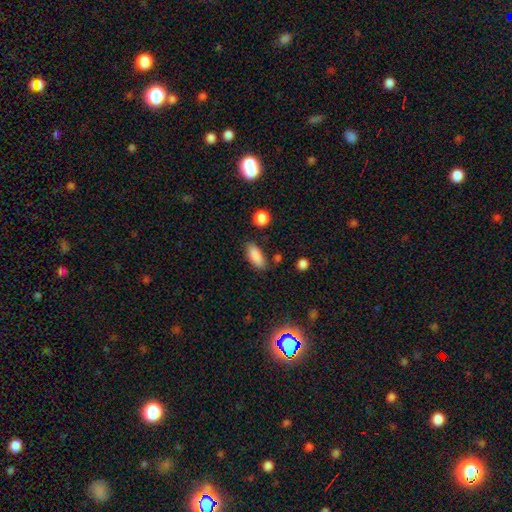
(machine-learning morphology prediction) Smooth or featured? smooth (87%)
How rounded? in between (81%)
Merging? none (79%)